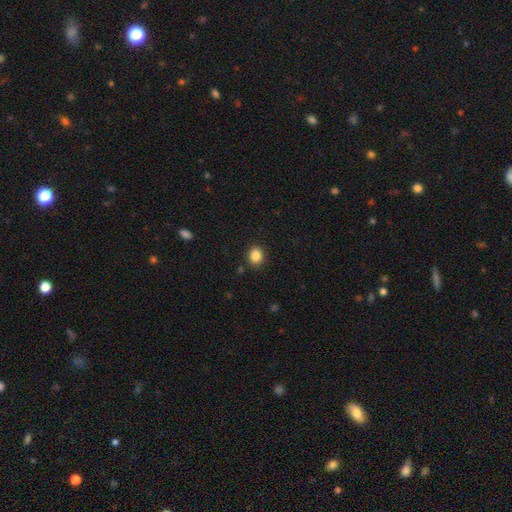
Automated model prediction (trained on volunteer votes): This is clearly a smooth galaxy (85%). How rounded: likely round (71%). Merging: clearly none (89%).